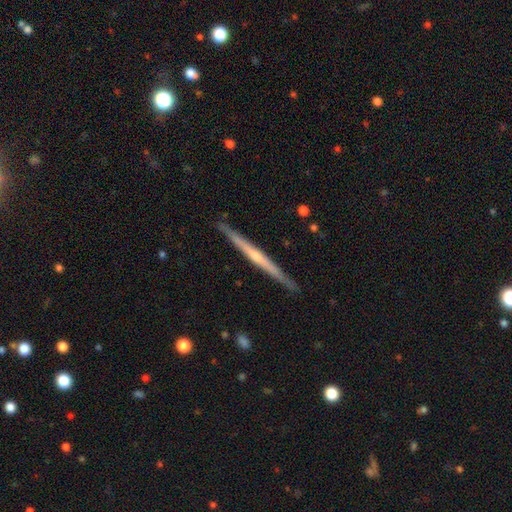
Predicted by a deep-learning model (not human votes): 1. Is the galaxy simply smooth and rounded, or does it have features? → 75% featured or disk, 18% smooth, 6% star or artifact.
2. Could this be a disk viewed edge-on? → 98% yes, 2% no.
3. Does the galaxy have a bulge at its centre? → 60% rounded, 33% none, 7% boxy.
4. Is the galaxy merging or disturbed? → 90% none, 7% minor disturbance, 1% major disturbance, 1% merger.